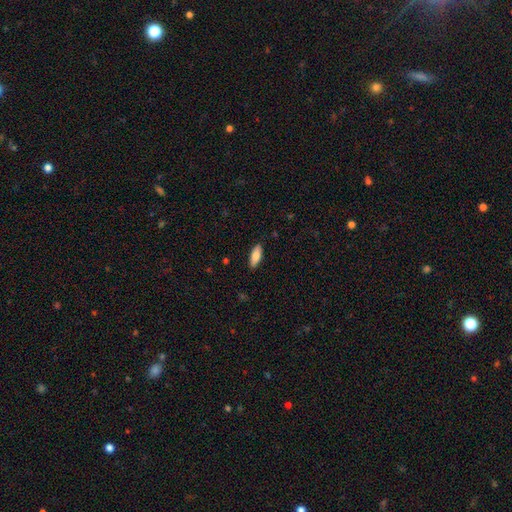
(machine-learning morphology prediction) smooth-or-featured: smooth: 83% | featured or disk: 11% | star or artifact: 6%
  how-rounded: in between: 74% | cigar-shaped: 24% | round: 2%
  merging: none: 88% | minor disturbance: 9% | major disturbance: 2% | merger: 1%